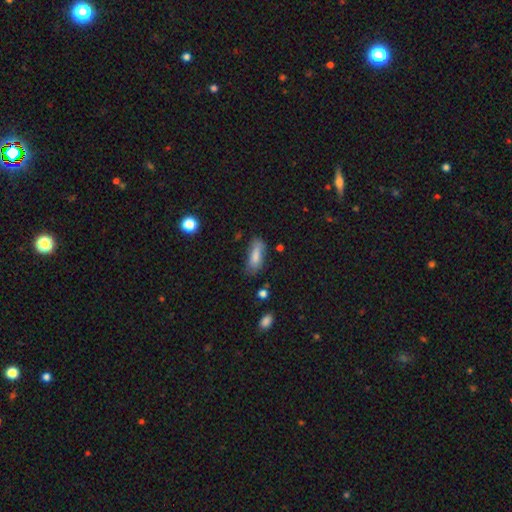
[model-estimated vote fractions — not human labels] Overall: smooth (79%). How rounded: in between (71%). Merging: none (59%; minor disturbance 28%).